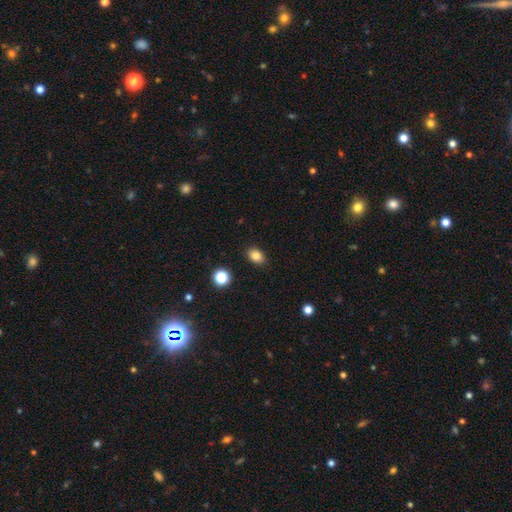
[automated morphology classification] Smooth or featured?
  - smooth: 84% *
  - star or artifact: 11%
  - featured or disk: 5%
How rounded?
  - in between: 77% *
  - round: 22%
  - cigar-shaped: 1%
Merging?
  - none: 88% *
  - minor disturbance: 8%
  - major disturbance: 2%
  - merger: 2%